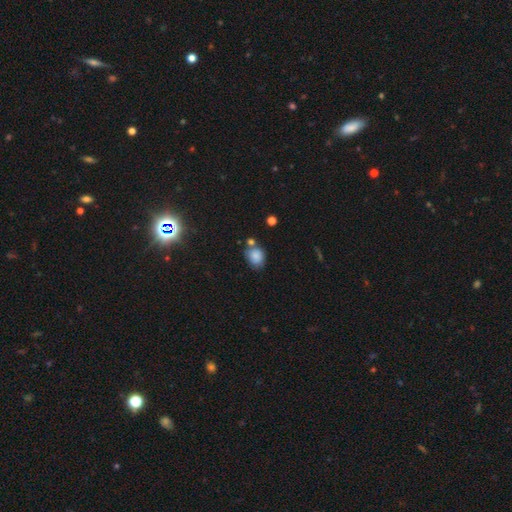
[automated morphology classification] This appears to be a smooth galaxy with no disk features (83%) that is round (59%). Merging: none (58%).